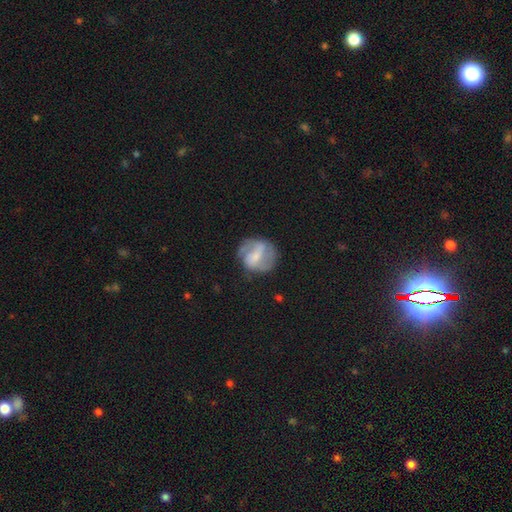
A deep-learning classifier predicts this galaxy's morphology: Q: Smooth or featured?
A: featured or disk (60%); runner-up: smooth (33%)
Q: Edge-on disk?
A: no (97%); runner-up: yes (3%)
Q: Bar?
A: weak (43%); runner-up: no (28%)
Q: Spiral arms?
A: yes (74%); runner-up: no (26%)
Q: Bulge size?
A: small (44%); runner-up: moderate (31%)
Q: Merging?
A: none (60%); runner-up: minor disturbance (22%)